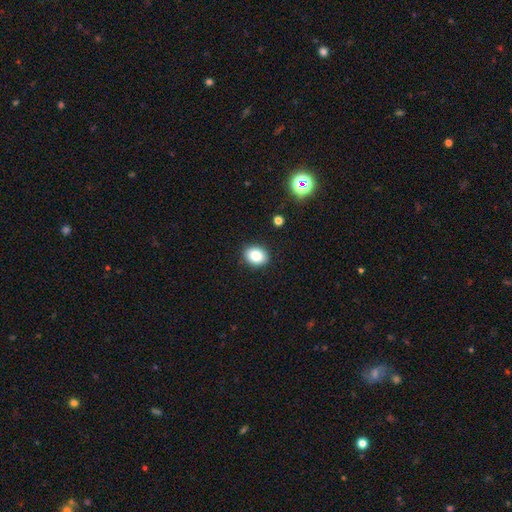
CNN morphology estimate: Q: Smooth or featured?
A: smooth (84%); runner-up: star or artifact (10%)
Q: How rounded?
A: in between (50%); runner-up: round (49%)
Q: Merging?
A: none (90%); runner-up: minor disturbance (7%)